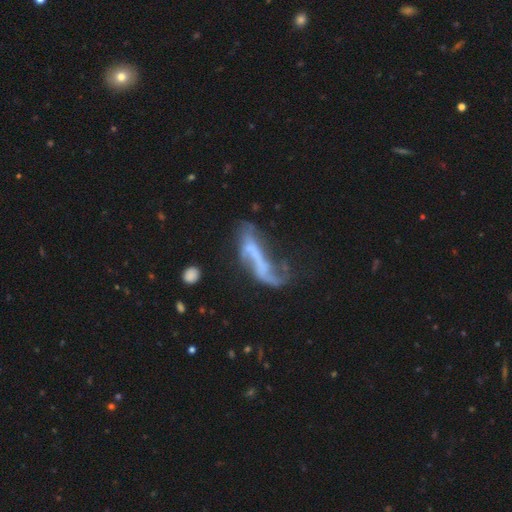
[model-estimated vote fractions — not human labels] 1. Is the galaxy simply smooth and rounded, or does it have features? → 63% featured or disk, 25% smooth, 12% star or artifact.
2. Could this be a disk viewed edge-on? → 78% no, 22% yes.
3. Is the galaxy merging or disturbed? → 37% major disturbance, 28% none, 19% minor disturbance, 16% merger.